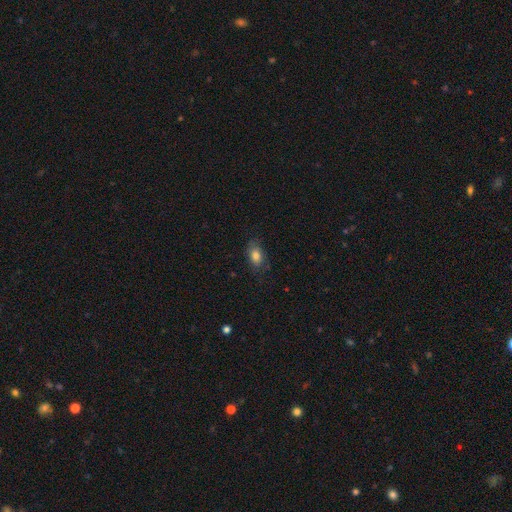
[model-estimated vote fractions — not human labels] Overall: smooth (80%). How rounded: in between (86%). Merging: none (74%).